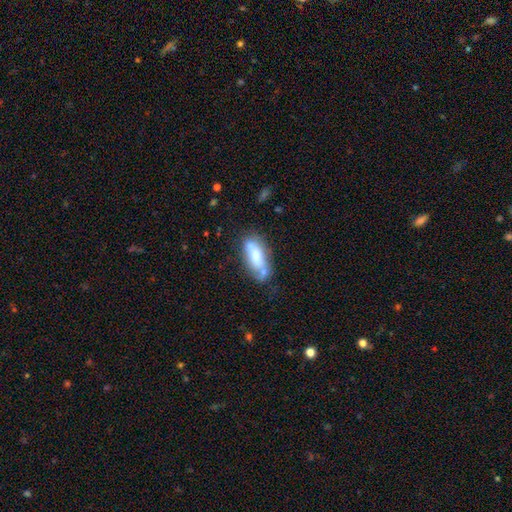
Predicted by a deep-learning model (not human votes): smooth 59%, featured or disk 34%, star or artifact 7%. Down the decision tree: how rounded — in between (69%); merging — none (53%).